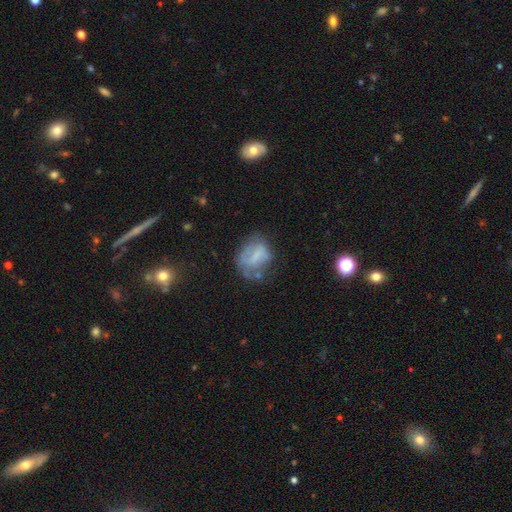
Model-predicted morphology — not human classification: smooth-or-featured: smooth: 50% | featured or disk: 39% | star or artifact: 12%
  merging: none: 41% | minor disturbance: 30% | major disturbance: 23% | merger: 6%